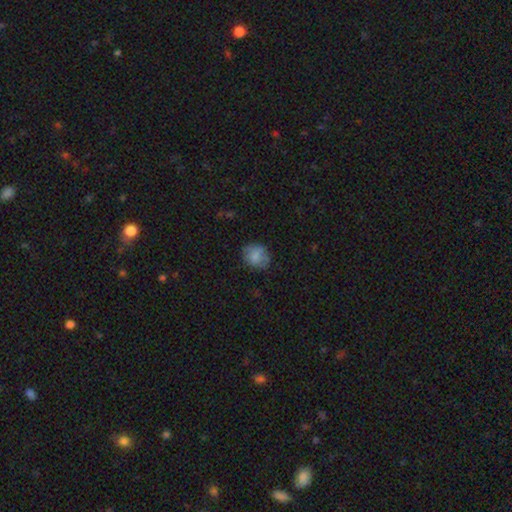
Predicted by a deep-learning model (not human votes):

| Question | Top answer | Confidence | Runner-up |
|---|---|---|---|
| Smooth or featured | smooth | 78% | featured or disk (14%) |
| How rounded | round | 66% | in between (33%) |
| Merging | none | 72% | minor disturbance (20%) |